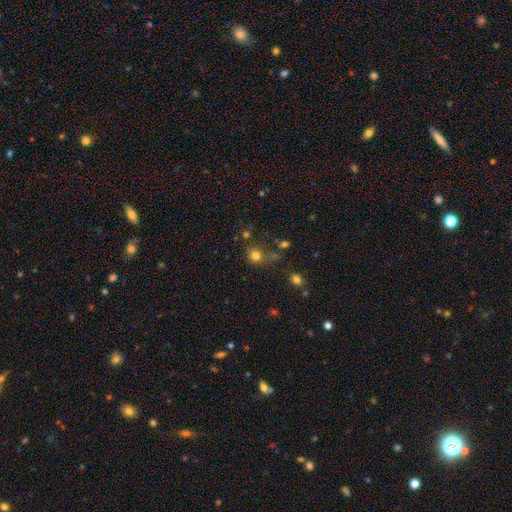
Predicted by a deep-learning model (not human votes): smooth-or-featured: smooth: 75% | star or artifact: 18% | featured or disk: 7%
  how-rounded: round: 82% | in between: 17% | cigar-shaped: 1%
  merging: none: 65% | minor disturbance: 15% | merger: 12% | major disturbance: 8%